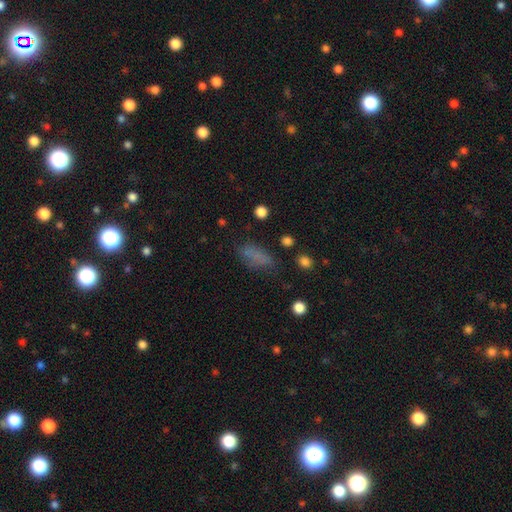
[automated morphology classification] smooth 70%, star or artifact 17%, featured or disk 13%. Down the decision tree: how rounded — in between (75%); merging — none (59%).